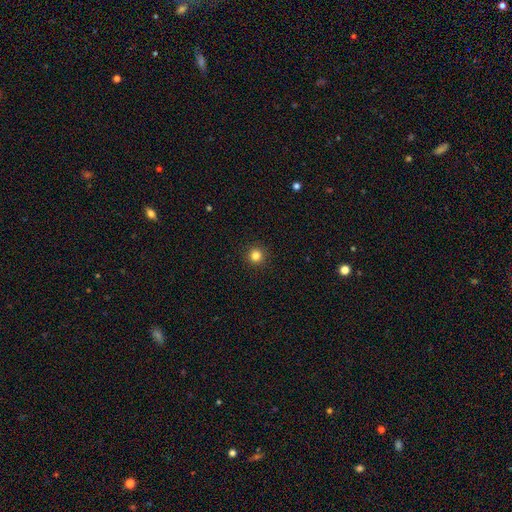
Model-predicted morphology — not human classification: smooth-or-featured: smooth: 82% | star or artifact: 13% | featured or disk: 5%
  how-rounded: round: 96% | in between: 3% | cigar-shaped: 1%
  merging: none: 93% | minor disturbance: 4% | major disturbance: 2% | merger: 1%